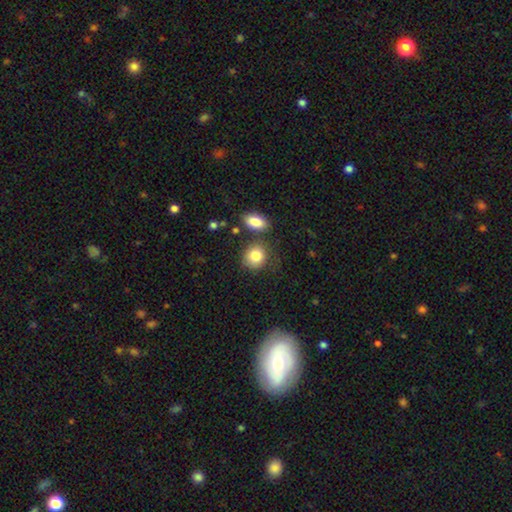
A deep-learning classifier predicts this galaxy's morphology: type=smooth (84%); roundness=round (73%); merging=none (69%).